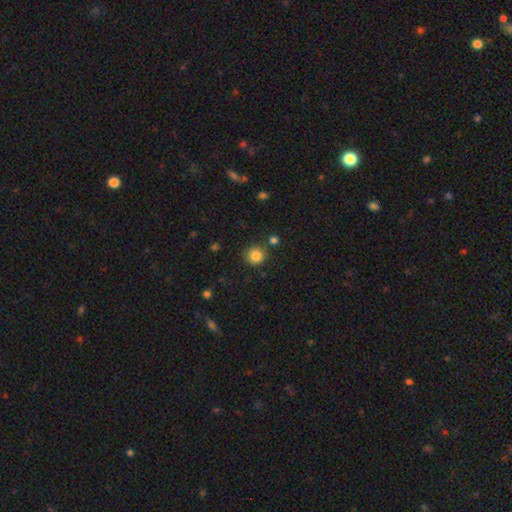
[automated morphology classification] Smooth or featured? Predicted: smooth (p=0.85). How rounded? Predicted: round (p=0.93). Merging? Predicted: none (p=0.82).